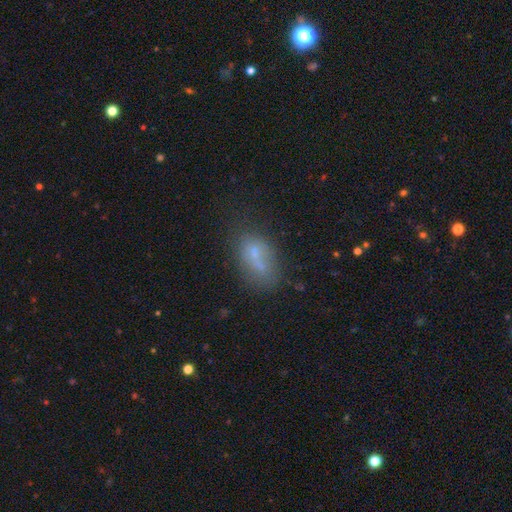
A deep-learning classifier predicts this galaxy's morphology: This appears to be a smooth galaxy with no disk features (58%) that is in between round and cigar-shaped (83%). Merging: none (42%).